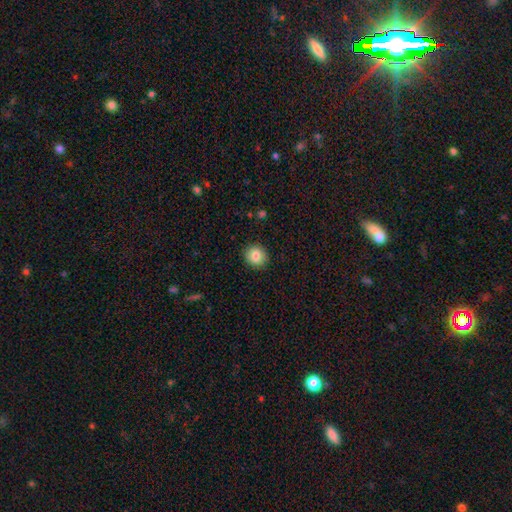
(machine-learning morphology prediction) A smooth galaxy with no disk features (84%) that is round (85%). Merging: none (91%).